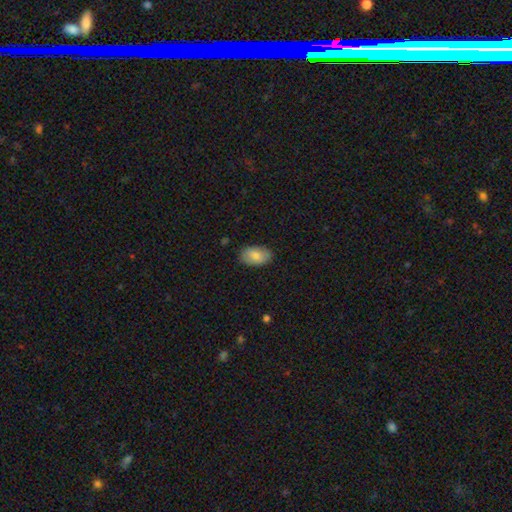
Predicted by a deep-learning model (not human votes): smooth_or_featured: smooth (p=0.82) [alt: featured or disk p=0.11]
how_rounded: in between (p=0.92) [alt: round p=0.07]
merging: none (p=0.85) [alt: minor disturbance p=0.11]